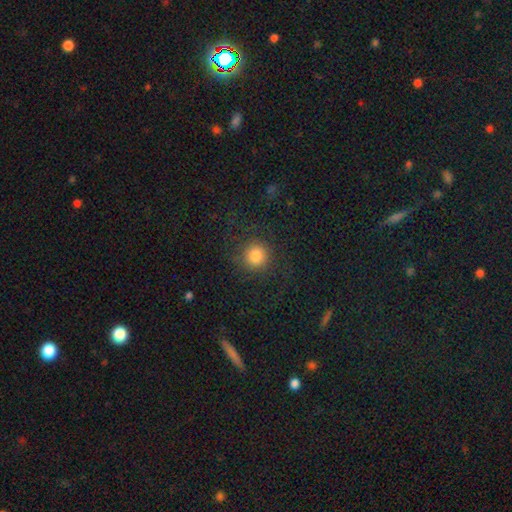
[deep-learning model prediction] Q: Smooth or featured?
A: smooth (78%); runner-up: star or artifact (12%)
Q: How rounded?
A: round (92%); runner-up: in between (7%)
Q: Merging?
A: none (81%); runner-up: minor disturbance (9%)